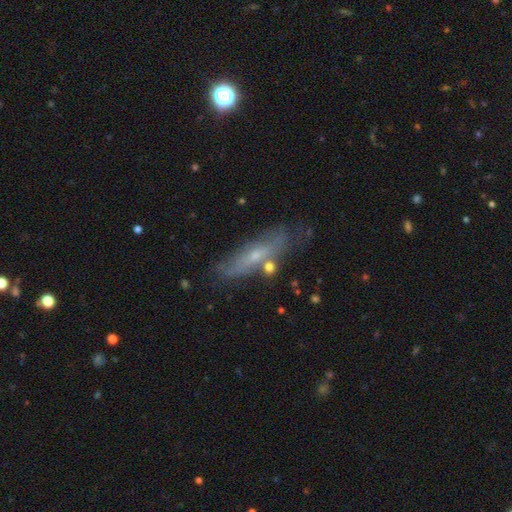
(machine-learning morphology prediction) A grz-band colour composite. It shows a featured or disk galaxy (53%) viewed edge-on (54%). Merging: none (65%).